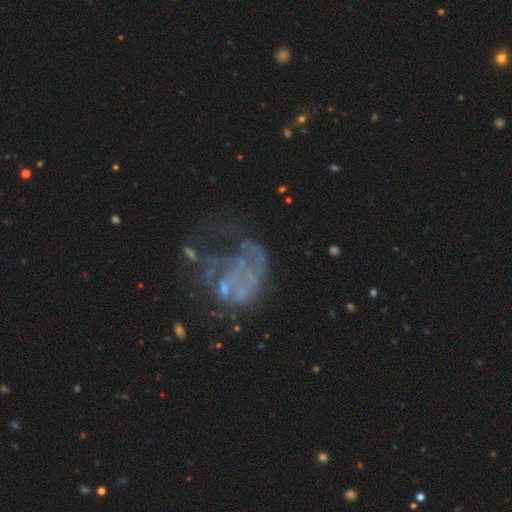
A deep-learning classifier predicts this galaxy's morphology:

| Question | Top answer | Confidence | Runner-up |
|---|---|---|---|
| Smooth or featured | featured or disk | 59% | star or artifact (25%) |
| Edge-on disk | no | 98% | yes (2%) |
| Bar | no | 88% | weak (9%) |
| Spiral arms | no | 70% | yes (30%) |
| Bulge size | none | 78% | small (15%) |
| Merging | major disturbance | 48% | none (29%) |